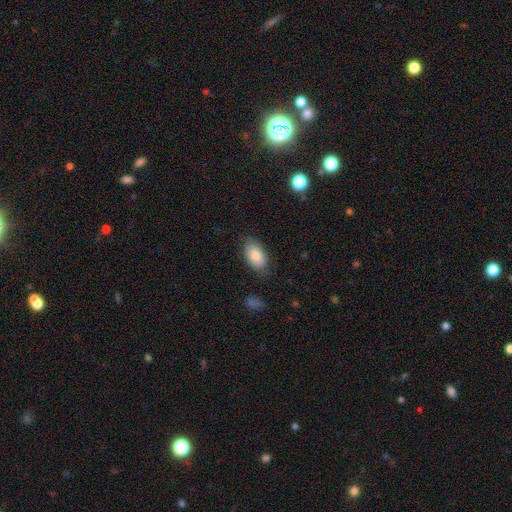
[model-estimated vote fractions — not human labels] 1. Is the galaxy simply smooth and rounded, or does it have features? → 83% smooth, 11% featured or disk, 7% star or artifact.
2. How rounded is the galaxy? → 93% in between, 5% round, 2% cigar-shaped.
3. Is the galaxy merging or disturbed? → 75% none, 19% minor disturbance, 4% major disturbance, 2% merger.